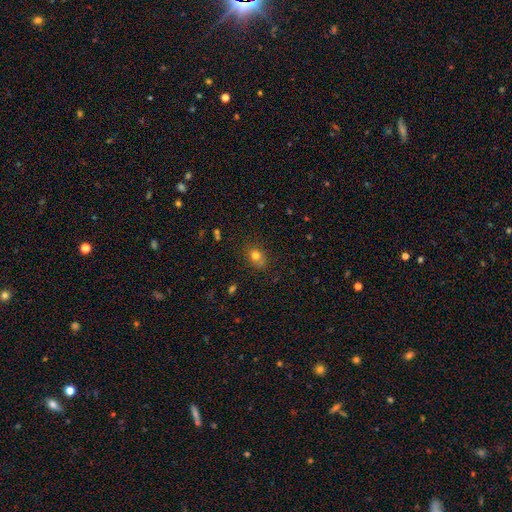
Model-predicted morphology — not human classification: smooth 76%, star or artifact 14%, featured or disk 10%. Down the decision tree: how rounded — round (49%, tied with in between); merging — none (74%).